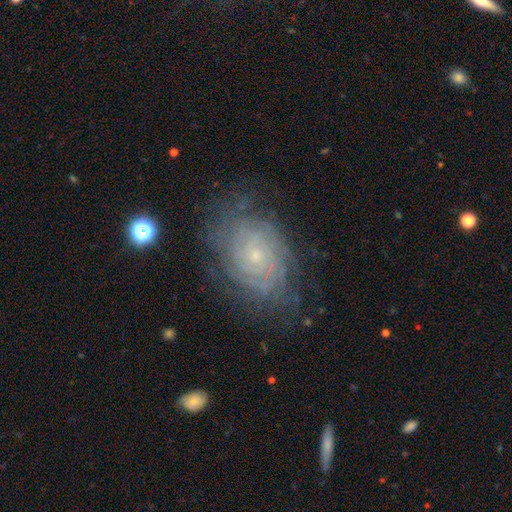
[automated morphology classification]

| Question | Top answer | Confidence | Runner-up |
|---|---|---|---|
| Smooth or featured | featured or disk | 77% | smooth (15%) |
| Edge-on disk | no | 96% | yes (4%) |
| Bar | no | 80% | weak (17%) |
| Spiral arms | yes | 92% | no (8%) |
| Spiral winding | tight | 79% | medium (17%) |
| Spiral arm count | can't tell | 51% | 2 (14%) |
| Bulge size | small | 81% | moderate (15%) |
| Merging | none | 72% | minor disturbance (19%) |